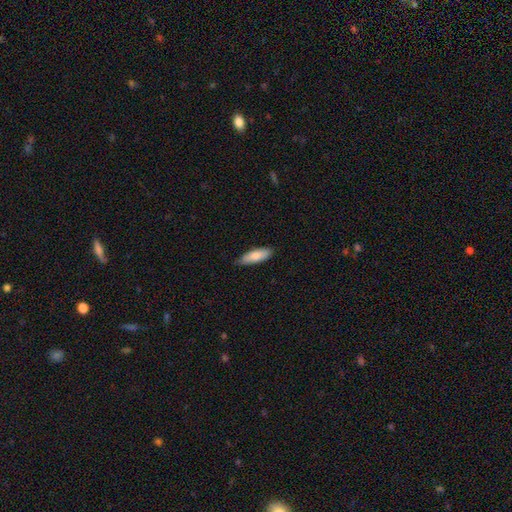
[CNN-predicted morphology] Q: Smooth or featured?
A: smooth (82%); runner-up: featured or disk (13%)
Q: How rounded?
A: in between (59%); runner-up: cigar-shaped (40%)
Q: Merging?
A: none (83%); runner-up: minor disturbance (14%)